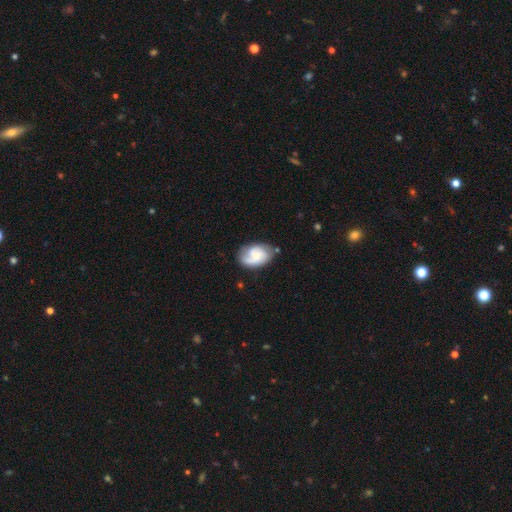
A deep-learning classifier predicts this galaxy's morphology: This is possibly a featured or disk galaxy (60%). It is clearly not viewed edge-on (97%). Bar: likely no (62%). Spiral arm pattern: clearly yes (91%). Spiral arm count: possibly 2 (59%). Spiral winding: marginally medium (42%). Central bulge: marginally small (42%). Merging: likely none (63%).